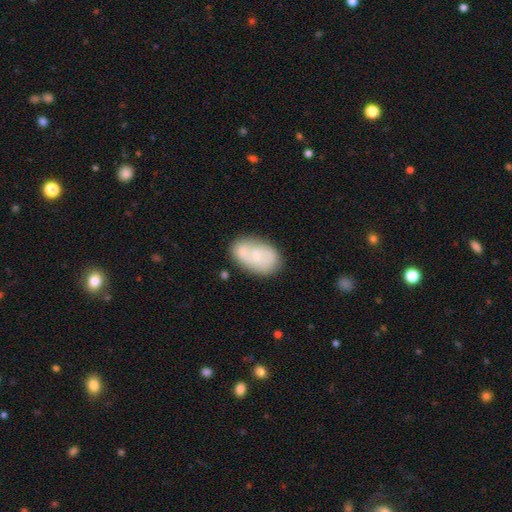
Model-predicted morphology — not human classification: smooth-or-featured: featured or disk: 51% | smooth: 42% | star or artifact: 7%
  disk-edge-on: no: 96% | yes: 4%
  merging: none: 69% | minor disturbance: 19% | merger: 6% | major disturbance: 6%